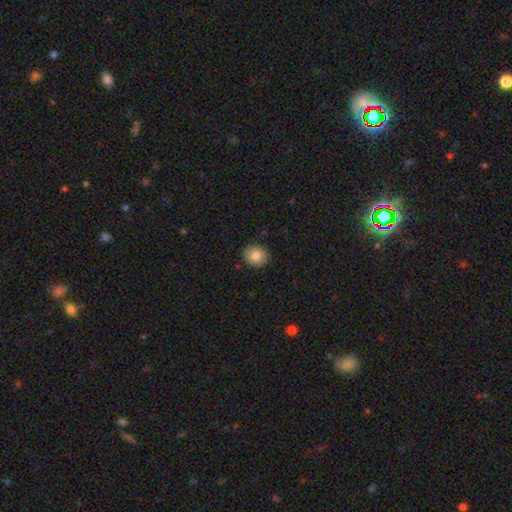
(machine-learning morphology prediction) The model was most divided on "how rounded": round: 82%, in between: 17%, cigar-shaped: 1%. More confident: merging — none (89%); smooth or featured — smooth (80%).